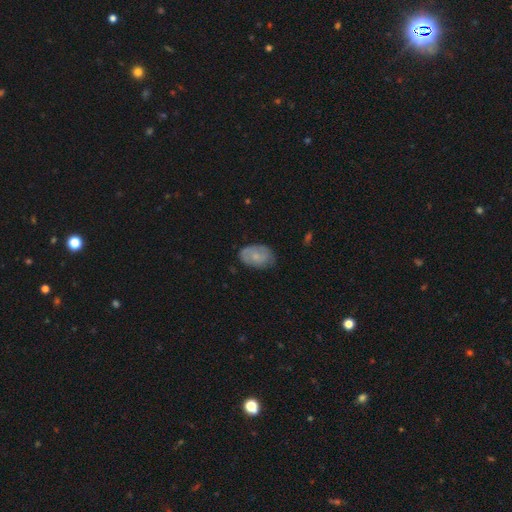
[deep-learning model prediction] A smooth galaxy with no disk features (62%) that is in between round and cigar-shaped (86%). Merging: none (67%).